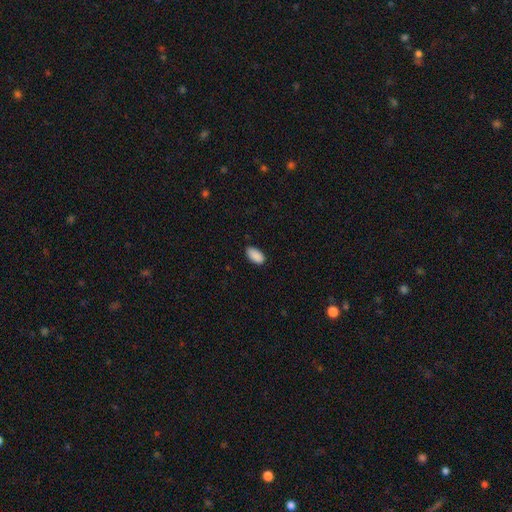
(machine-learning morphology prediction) Smooth or featured? smooth (90%)
How rounded? in between (95%)
Merging? none (83%)